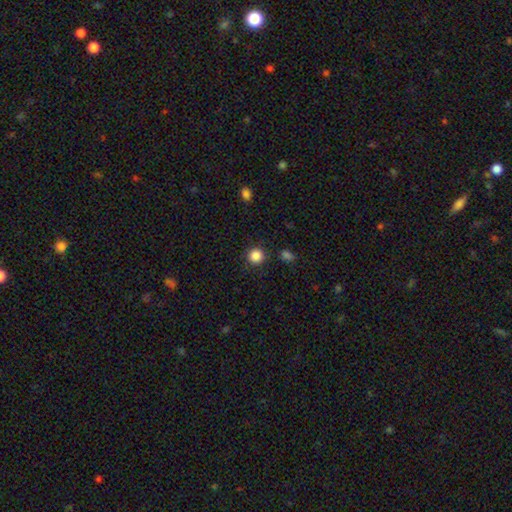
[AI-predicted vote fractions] Smooth or featured? smooth (86%)
How rounded? round (93%)
Merging? none (88%)